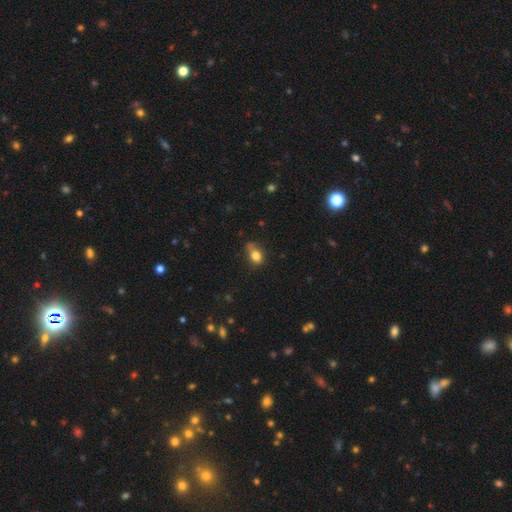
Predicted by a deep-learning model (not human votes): Smooth or featured?
  - smooth: 79% *
  - star or artifact: 11%
  - featured or disk: 11%
How rounded?
  - in between: 65% *
  - round: 32%
  - cigar-shaped: 2%
Merging?
  - none: 44% *
  - minor disturbance: 37%
  - major disturbance: 14%
  - merger: 5%